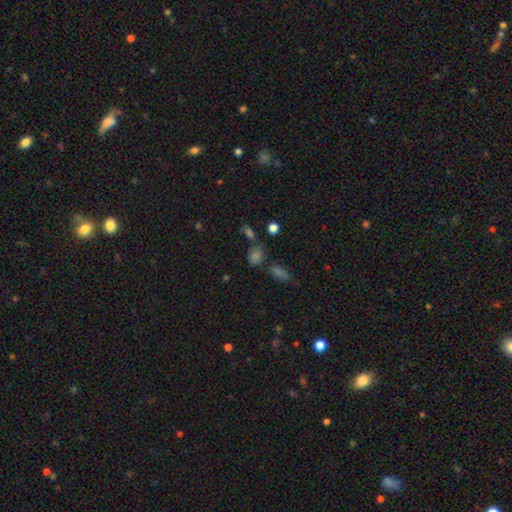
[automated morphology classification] Q: Smooth or featured?
A: smooth (61%); runner-up: star or artifact (30%)
Q: How rounded?
A: in between (61%); runner-up: round (35%)
Q: Merging?
A: none (61%); runner-up: merger (18%)